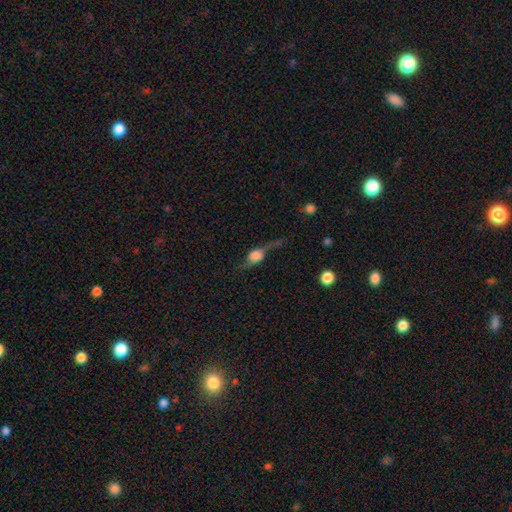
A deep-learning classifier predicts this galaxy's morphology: Smooth or featured: featured or disk — 62% (smooth — 27%)
Edge-on disk: yes — 59% (no — 41%)
Merging: none — 47% (major disturbance — 26%)